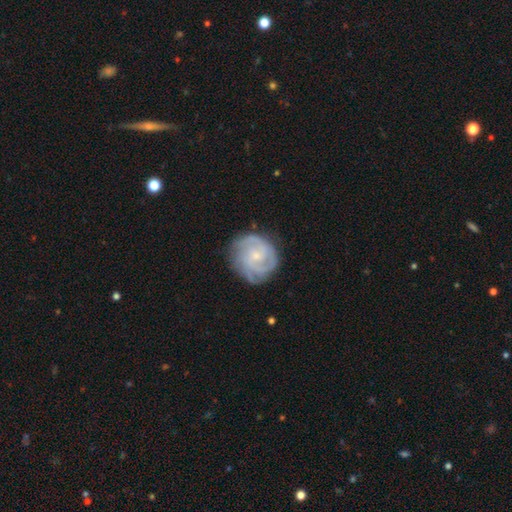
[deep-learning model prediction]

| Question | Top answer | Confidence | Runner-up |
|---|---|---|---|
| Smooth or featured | featured or disk | 80% | smooth (14%) |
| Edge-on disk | no | 98% | yes (2%) |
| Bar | no | 65% | weak (31%) |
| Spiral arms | yes | 95% | no (5%) |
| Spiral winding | tight | 61% | medium (32%) |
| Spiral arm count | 3 | 35% | can't tell (24%) |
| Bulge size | small | 70% | moderate (22%) |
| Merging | none | 74% | minor disturbance (19%) |